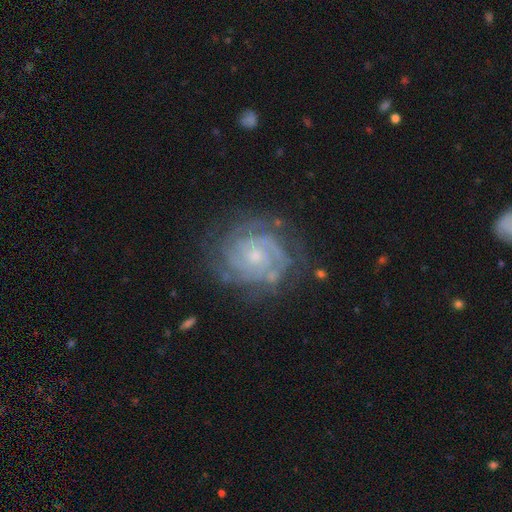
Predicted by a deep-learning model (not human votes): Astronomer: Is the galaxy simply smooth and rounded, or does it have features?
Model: featured or disk — 85%.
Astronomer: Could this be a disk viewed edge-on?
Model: no — 98%.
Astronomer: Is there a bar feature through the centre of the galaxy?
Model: no — 74%.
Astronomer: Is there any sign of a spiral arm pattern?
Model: yes — 96%.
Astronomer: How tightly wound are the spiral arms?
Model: tight — 77%.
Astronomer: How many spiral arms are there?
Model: can't tell — 30% (runner-up: 2, 25%).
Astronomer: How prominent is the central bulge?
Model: small — 62%.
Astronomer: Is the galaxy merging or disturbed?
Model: none — 75%.